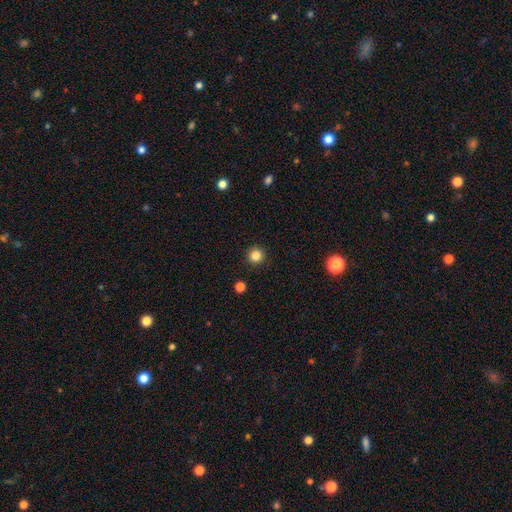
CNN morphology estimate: type=smooth (84%); roundness=round (94%); merging=none (92%).